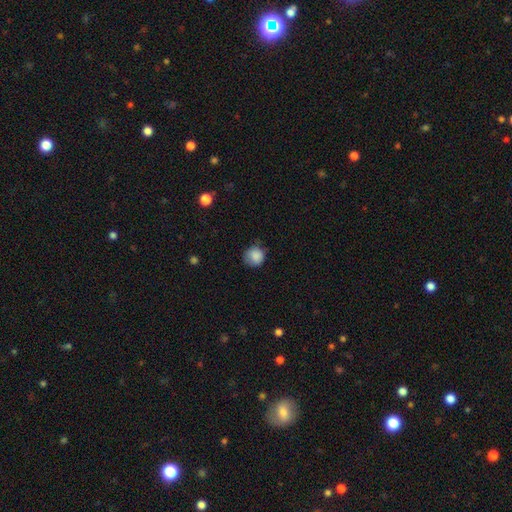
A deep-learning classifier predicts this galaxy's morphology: smooth_or_featured: smooth (p=0.86) [alt: star or artifact p=0.09]
how_rounded: round (p=0.87) [alt: in between p=0.12]
merging: none (p=0.68) [alt: minor disturbance p=0.26]